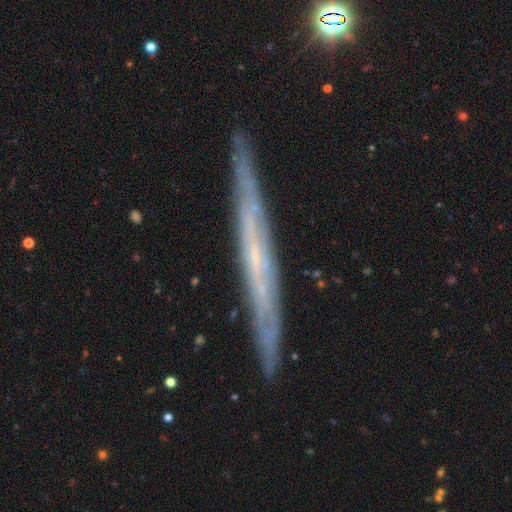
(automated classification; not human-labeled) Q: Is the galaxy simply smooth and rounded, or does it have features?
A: featured or disk — 73%.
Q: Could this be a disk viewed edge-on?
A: yes — 90%.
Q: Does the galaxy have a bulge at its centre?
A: none — 79%.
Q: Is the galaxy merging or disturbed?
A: none — 87%.